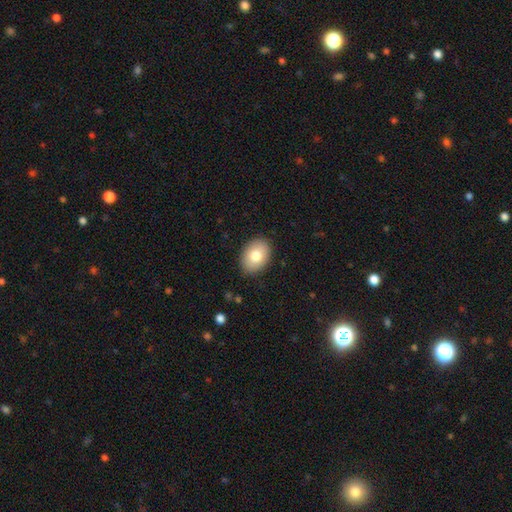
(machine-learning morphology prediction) This appears to be a smooth galaxy with no disk features (79%) that is in between round and cigar-shaped (79%). Merging: none (87%).